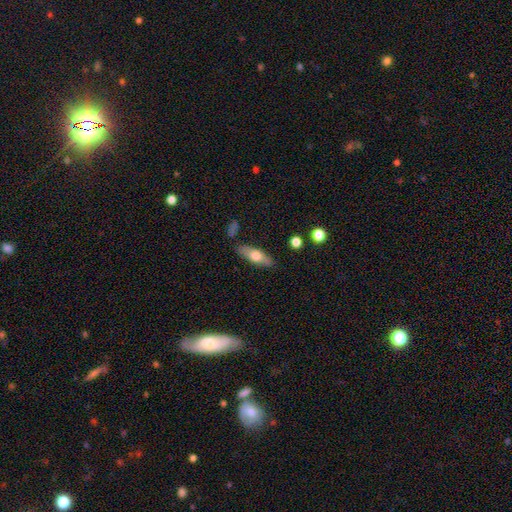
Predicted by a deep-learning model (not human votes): Morphology: type=smooth (57%); roundness=in between (59%); merging=none (81%).